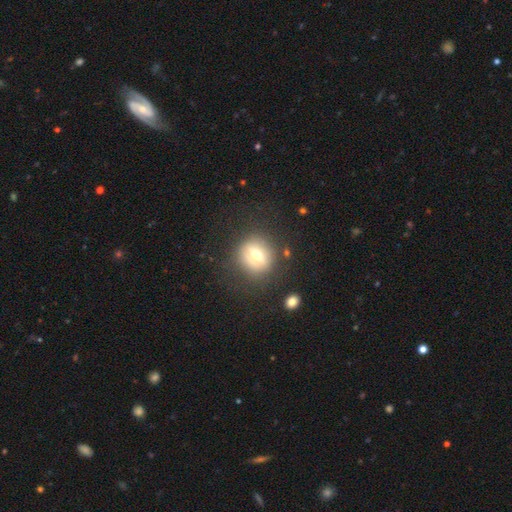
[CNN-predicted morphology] Smooth or featured: smooth — 55% (featured or disk — 33%)
How rounded: round — 74% (in between — 23%)
Merging: none — 79% (minor disturbance — 12%)